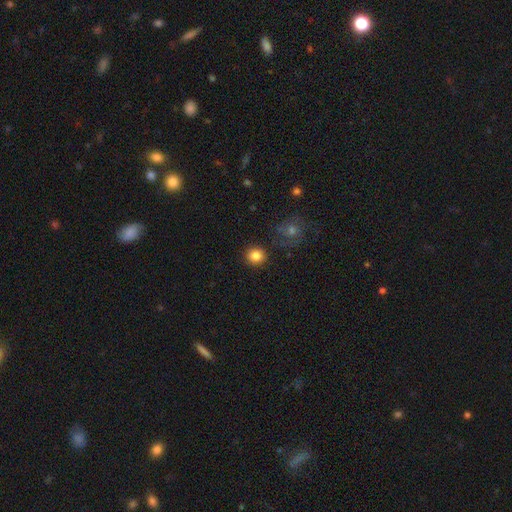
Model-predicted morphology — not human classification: Q: Smooth or featured?
A: smooth (84%); runner-up: star or artifact (11%)
Q: How rounded?
A: round (90%); runner-up: in between (9%)
Q: Merging?
A: none (89%); runner-up: minor disturbance (6%)